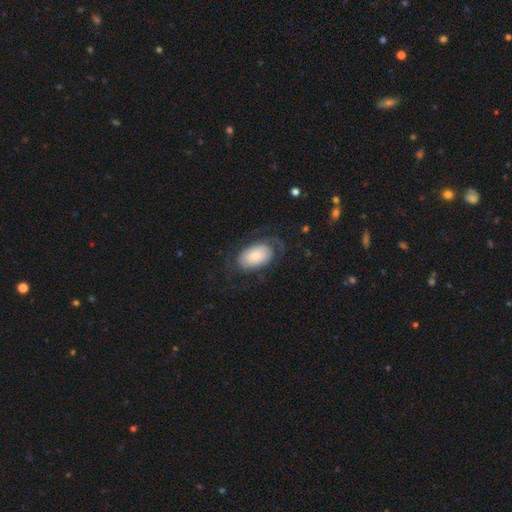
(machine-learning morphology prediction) Smooth or featured?
  - smooth: 58% *
  - featured or disk: 35%
  - star or artifact: 6%
How rounded?
  - in between: 92% *
  - round: 7%
  - cigar-shaped: 1%
Merging?
  - none: 58% *
  - major disturbance: 21%
  - minor disturbance: 20%
  - merger: 1%